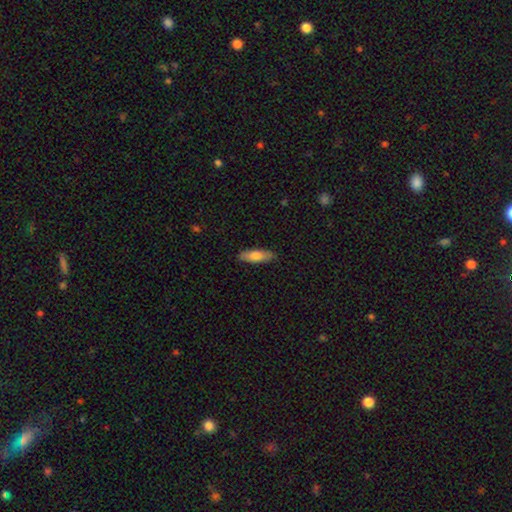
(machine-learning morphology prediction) Smooth or featured? Predicted: smooth (p=0.73). How rounded? Predicted: in between (p=0.53). Merging? Predicted: none (p=0.88).